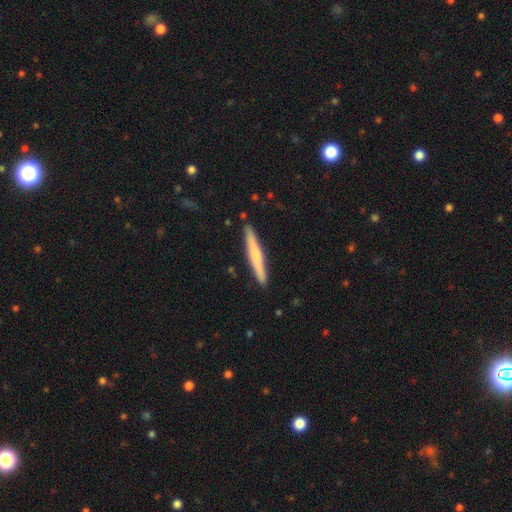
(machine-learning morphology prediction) Smooth or featured? Predicted: smooth (p=0.49). Merging? Predicted: none (p=0.91).